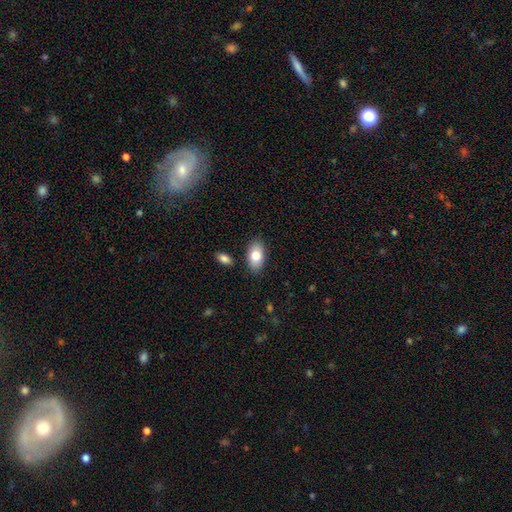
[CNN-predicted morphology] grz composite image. It shows a smooth galaxy with no disk features (81%) that is in between round and cigar-shaped (93%). Merging: none (85%).